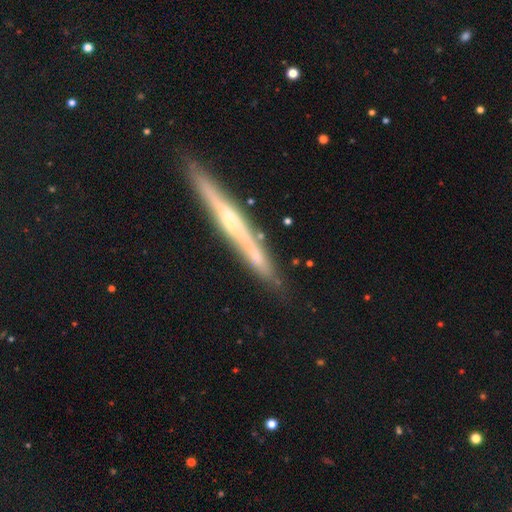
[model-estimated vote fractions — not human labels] smooth_or_featured: featured or disk (p=0.54) [alt: smooth p=0.39]
disk_edge_on: yes (p=0.90) [alt: no p=0.10]
merging: none (p=0.72) [alt: minor disturbance p=0.16]